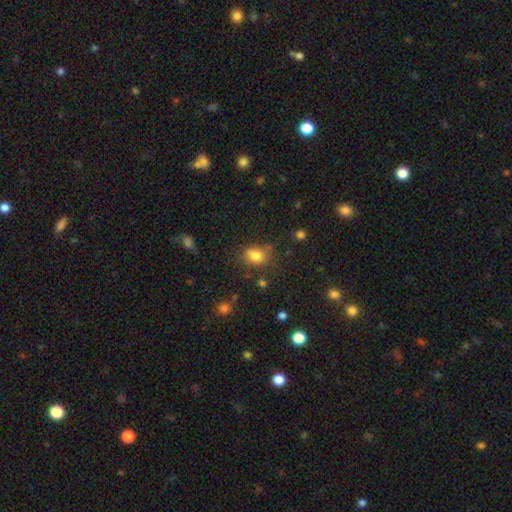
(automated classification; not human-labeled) Smooth or featured? Predicted: smooth (p=0.81). How rounded? Predicted: in between (p=0.53). Merging? Predicted: none (p=0.72).